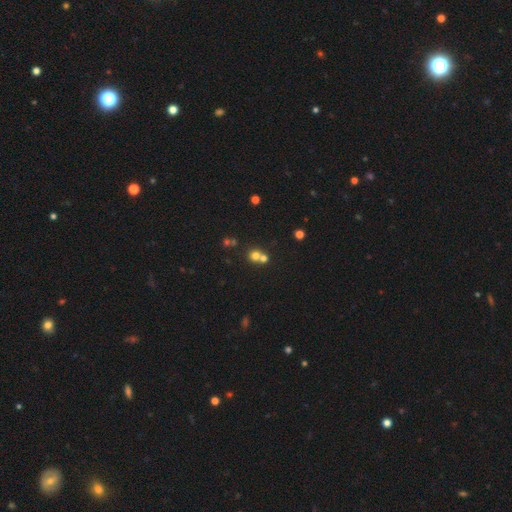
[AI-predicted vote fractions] smooth 68%, star or artifact 19%, featured or disk 13%. Down the decision tree: how rounded — round (85%); merging — merger (46%, tied with none).